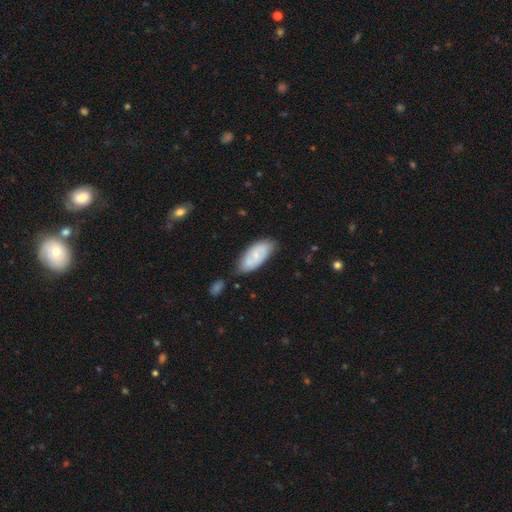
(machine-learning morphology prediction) type=smooth (55%); roundness=in between (88%); merging=none (63%).